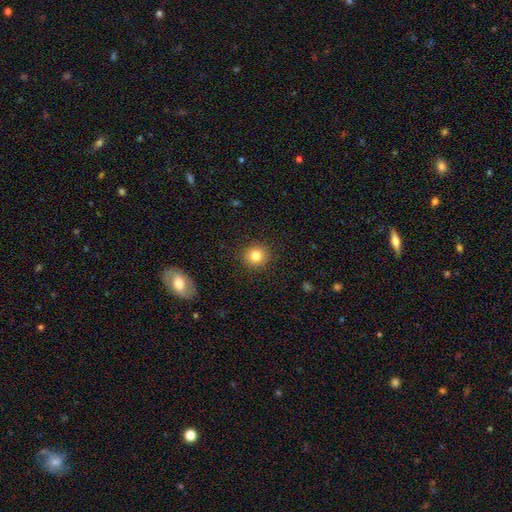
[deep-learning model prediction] Q: Smooth or featured?
A: smooth (82%); runner-up: star or artifact (11%)
Q: How rounded?
A: round (90%); runner-up: in between (9%)
Q: Merging?
A: none (91%); runner-up: minor disturbance (6%)